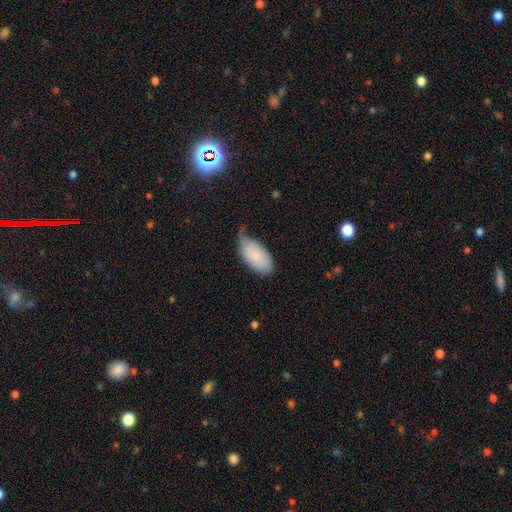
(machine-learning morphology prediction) smooth-or-featured: smooth: 82% | featured or disk: 12% | star or artifact: 6%
  how-rounded: in between: 95% | cigar-shaped: 3% | round: 2%
  merging: minor disturbance: 44% | none: 35% | major disturbance: 18% | merger: 3%